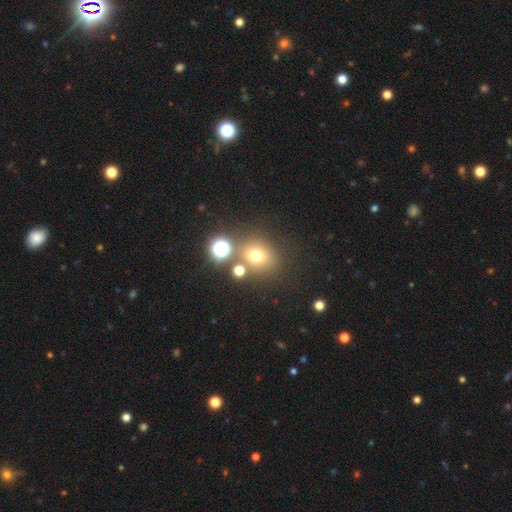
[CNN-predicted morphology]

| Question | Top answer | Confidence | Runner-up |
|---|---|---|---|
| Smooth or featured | smooth | 67% | star or artifact (22%) |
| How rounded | round | 75% | in between (24%) |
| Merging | none | 69% | merger (16%) |